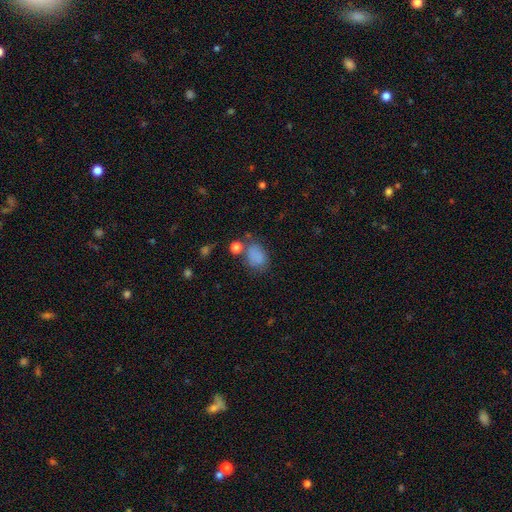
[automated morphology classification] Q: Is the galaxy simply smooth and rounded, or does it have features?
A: smooth — 79%.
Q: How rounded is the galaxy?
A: in between — 67%.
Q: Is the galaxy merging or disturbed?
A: none — 57%.